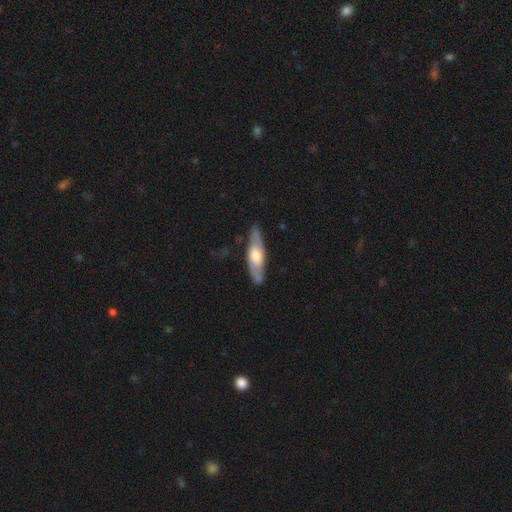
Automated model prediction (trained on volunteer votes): smooth-or-featured: featured or disk: 56% | smooth: 39% | star or artifact: 5%
  disk-edge-on: yes: 54% | no: 46%
  merging: none: 82% | minor disturbance: 13% | major disturbance: 3% | merger: 2%